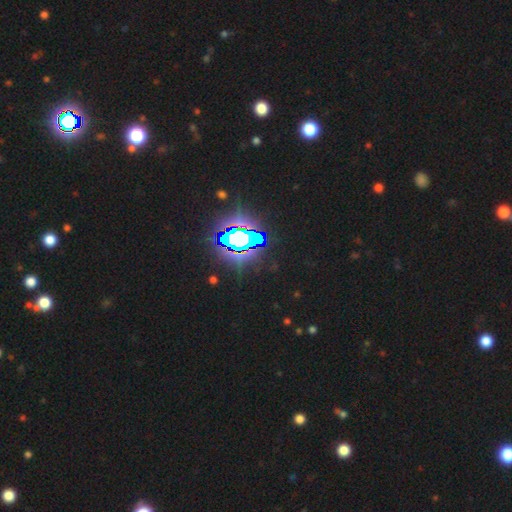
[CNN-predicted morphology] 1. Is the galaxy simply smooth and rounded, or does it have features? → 83% star or artifact, 10% smooth, 7% featured or disk.